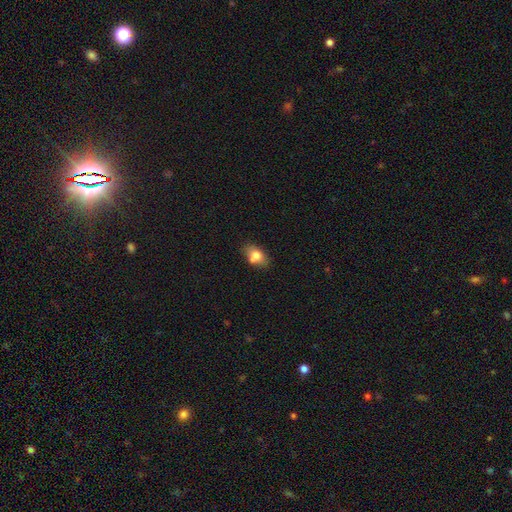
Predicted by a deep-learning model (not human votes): A smooth galaxy with no disk features (74%) that is in between round and cigar-shaped (81%).

Vote fractions:
- Smooth or featured? smooth: 74% / featured or disk: 17% / star or artifact: 9%
- How rounded? in between: 81% / round: 16% / cigar-shaped: 2%
- Merging? none: 58% / merger: 19% / minor disturbance: 18% / major disturbance: 4%